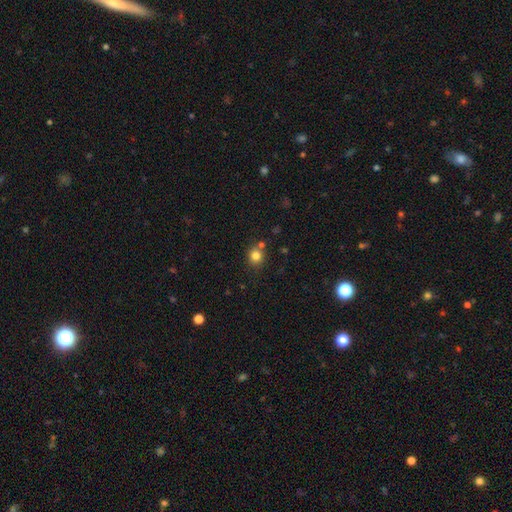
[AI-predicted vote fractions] Overall: smooth (81%). How rounded: round (87%). Merging: none (76%).